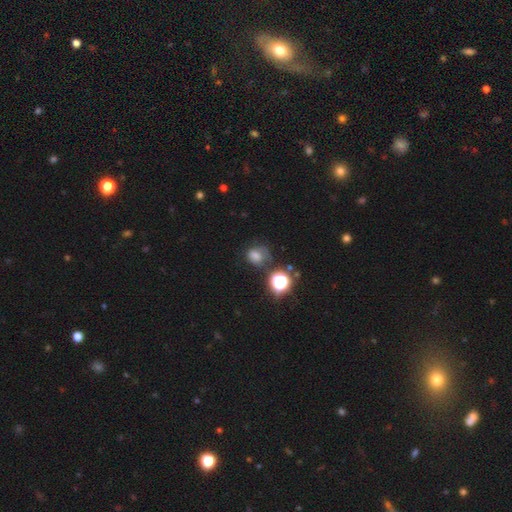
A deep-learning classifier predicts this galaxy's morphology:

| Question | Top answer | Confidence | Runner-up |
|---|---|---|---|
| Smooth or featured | smooth | 54% | star or artifact (29%) |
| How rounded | round | 66% | in between (33%) |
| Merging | none | 57% | minor disturbance (21%) |